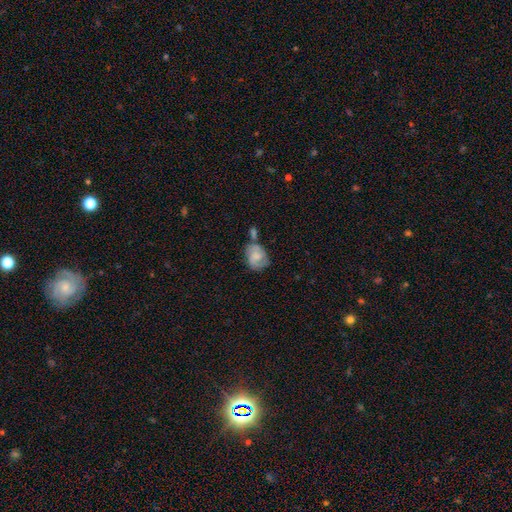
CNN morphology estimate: This appears to be a featured or disk galaxy (51%). Merging: none (42%).